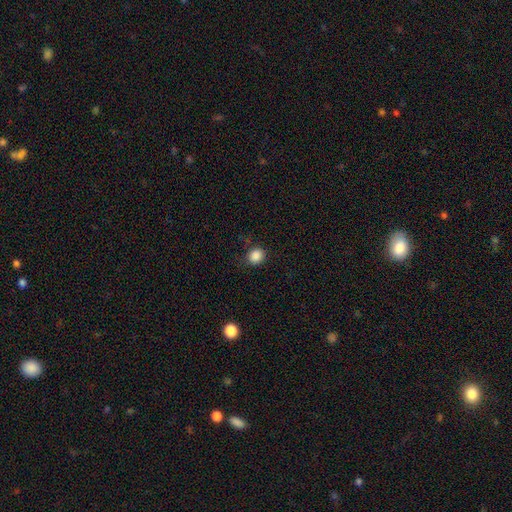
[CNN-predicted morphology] smooth 87%, star or artifact 10%, featured or disk 3%. Down the decision tree: how rounded — round (74%); merging — none (82%).